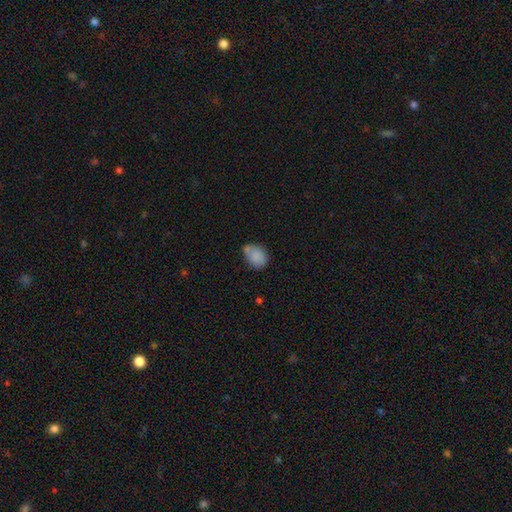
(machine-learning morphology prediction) type=smooth (84%); roundness=in between (67%); merging=none (55%).